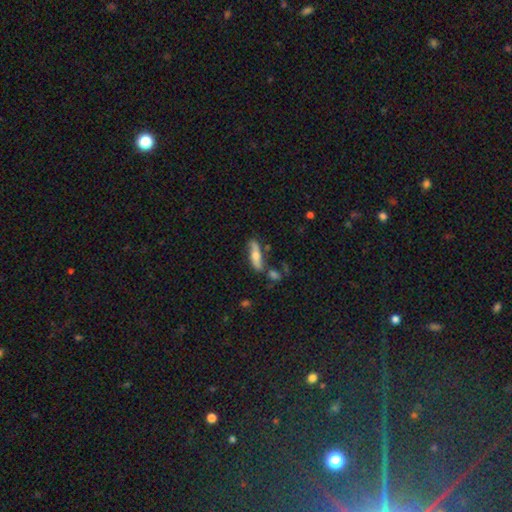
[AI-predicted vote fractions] Smooth or featured?
  - smooth: 49% *
  - featured or disk: 44%
  - star or artifact: 7%
Merging?
  - none: 67% *
  - minor disturbance: 18%
  - merger: 9%
  - major disturbance: 6%